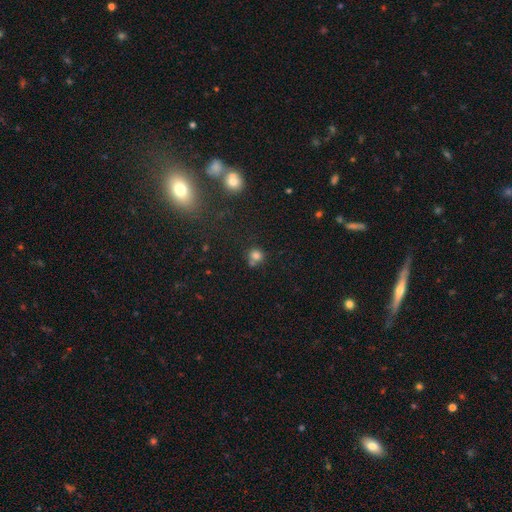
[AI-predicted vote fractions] Smooth or featured: smooth — 77% (star or artifact — 15%)
How rounded: round — 87% (in between — 12%)
Merging: none — 56% (merger — 28%)